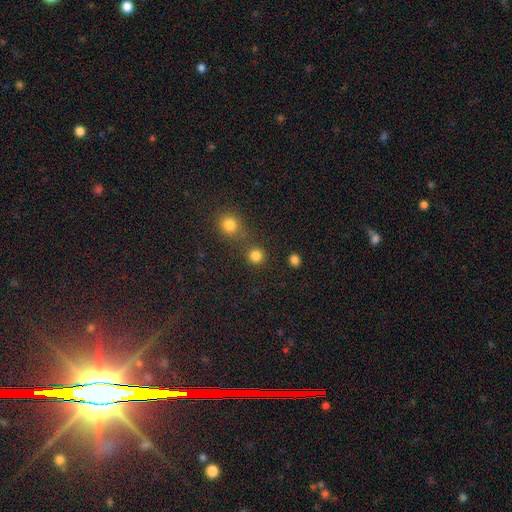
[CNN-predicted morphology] Overall: smooth (82%). How rounded: round (92%). Merging: none (78%).